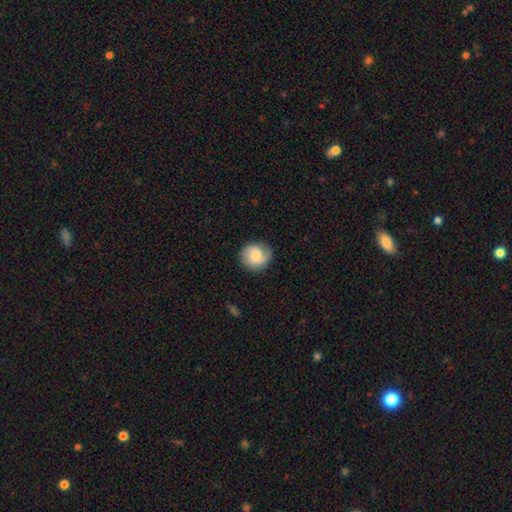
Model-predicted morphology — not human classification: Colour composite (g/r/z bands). It shows a smooth galaxy with no disk features (65%) that is round (86%). Merging: none (81%).